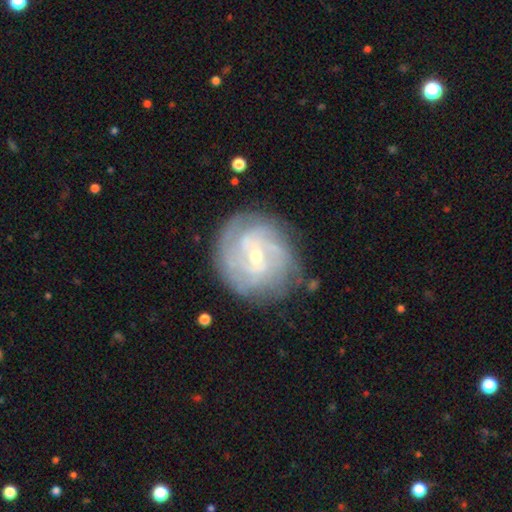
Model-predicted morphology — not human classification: type=featured or disk (81%); edge-on=no (97%); bar=no (45%, tied with weak); spiral arms=yes (91%); winding=tight (64%); arm count=can't tell (39%); bulge=small (58%); merging=none (78%).